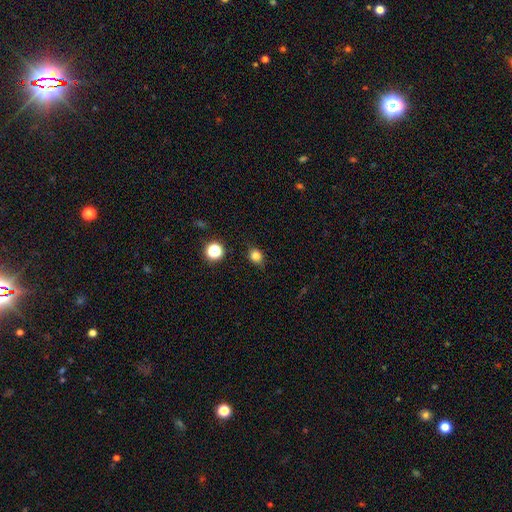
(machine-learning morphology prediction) Overall: smooth (80%). How rounded: round (59%; in between 40%). Merging: none (79%).